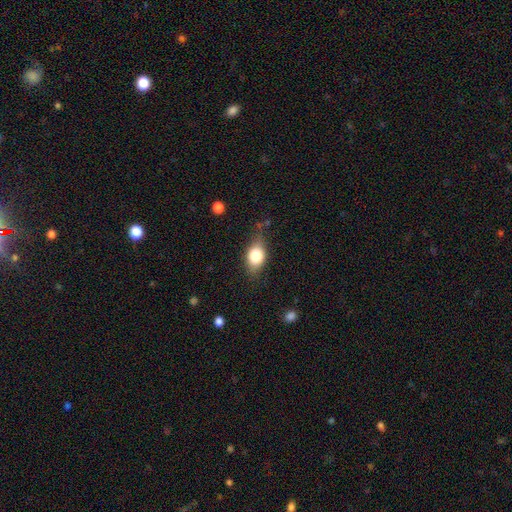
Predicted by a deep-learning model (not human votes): Q: Smooth or featured?
A: smooth (75%); runner-up: featured or disk (17%)
Q: How rounded?
A: in between (75%); runner-up: round (22%)
Q: Merging?
A: none (69%); runner-up: minor disturbance (22%)